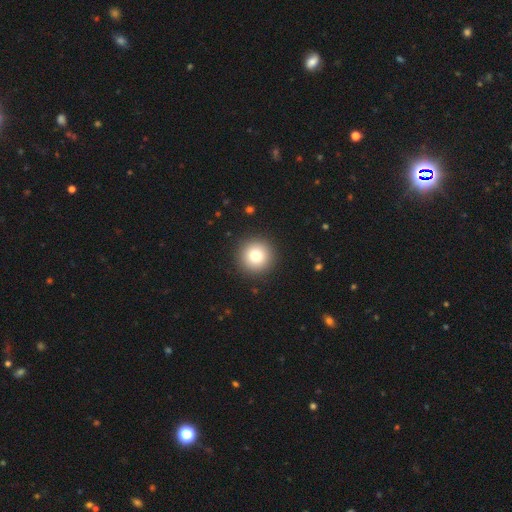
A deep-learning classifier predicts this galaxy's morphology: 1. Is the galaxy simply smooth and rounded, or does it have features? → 78% smooth, 11% star or artifact, 11% featured or disk.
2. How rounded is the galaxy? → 96% round, 3% in between, 1% cigar-shaped.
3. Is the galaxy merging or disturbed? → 92% none, 5% minor disturbance, 2% major disturbance, 1% merger.